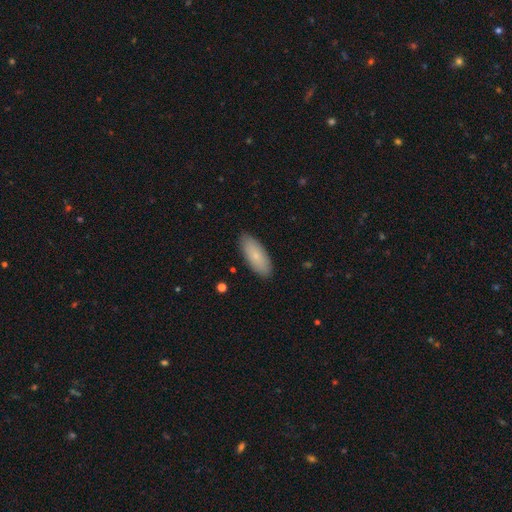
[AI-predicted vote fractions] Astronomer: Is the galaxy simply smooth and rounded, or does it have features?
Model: smooth — 79%.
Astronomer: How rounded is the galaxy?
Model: in between — 79%.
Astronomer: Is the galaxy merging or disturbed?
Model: none — 88%.